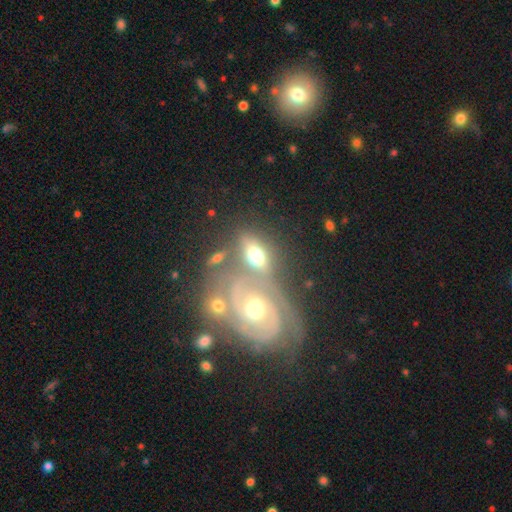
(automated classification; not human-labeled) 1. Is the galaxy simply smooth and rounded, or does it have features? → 49% featured or disk, 40% smooth, 11% star or artifact.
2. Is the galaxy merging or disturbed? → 44% merger, 35% none, 13% minor disturbance, 8% major disturbance.